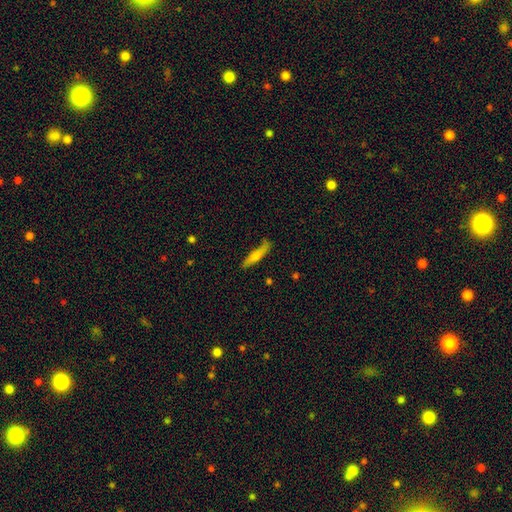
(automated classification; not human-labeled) Q: Smooth or featured?
A: smooth (66%); runner-up: featured or disk (28%)
Q: How rounded?
A: cigar-shaped (83%); runner-up: in between (15%)
Q: Merging?
A: none (70%); runner-up: minor disturbance (21%)